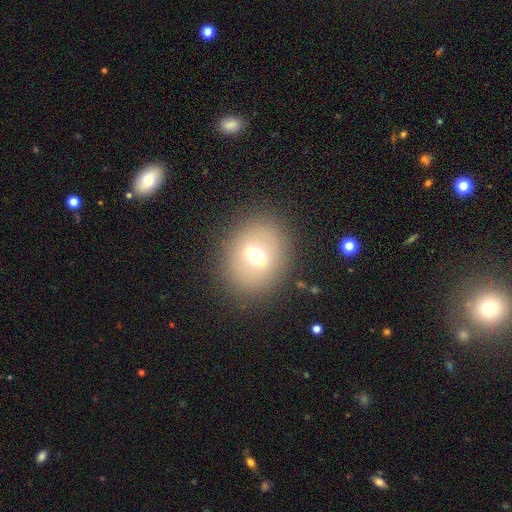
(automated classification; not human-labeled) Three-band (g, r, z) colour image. It shows a smooth galaxy with no disk features (52%) that is round (63%). Merging: none (85%).